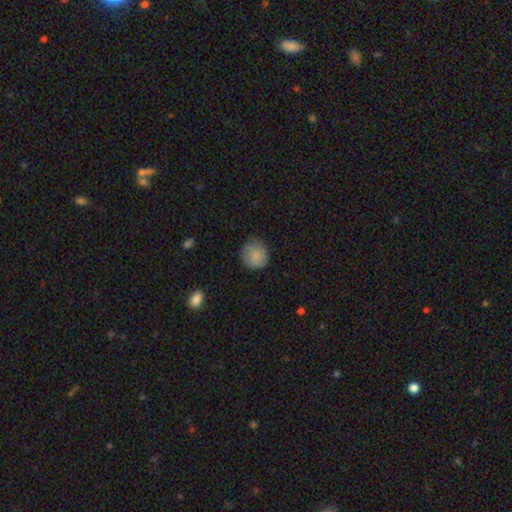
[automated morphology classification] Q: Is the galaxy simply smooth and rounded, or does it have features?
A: smooth — 83%.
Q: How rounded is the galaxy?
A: round — 88%.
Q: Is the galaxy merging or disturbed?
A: none — 77%.